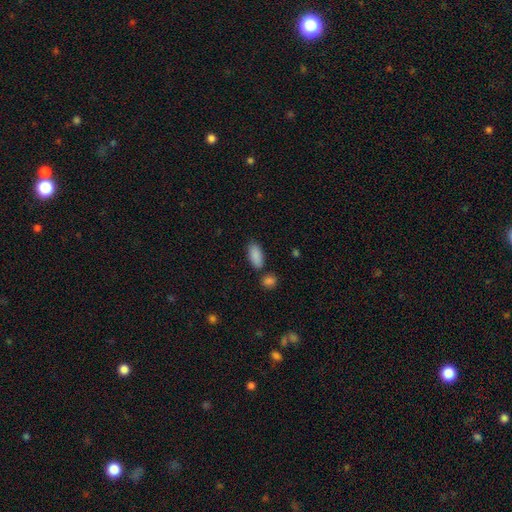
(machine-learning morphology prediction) type=smooth (89%); roundness=in between (88%); merging=none (78%).